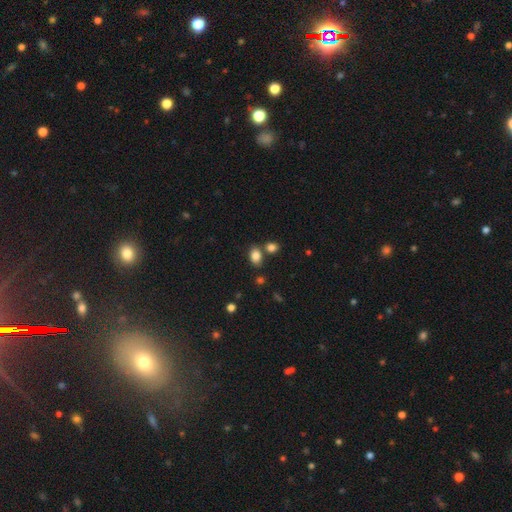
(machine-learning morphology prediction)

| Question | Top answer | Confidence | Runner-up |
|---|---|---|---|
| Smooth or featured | smooth | 84% | star or artifact (10%) |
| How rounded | in between | 79% | round (19%) |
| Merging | none | 67% | merger (18%) |